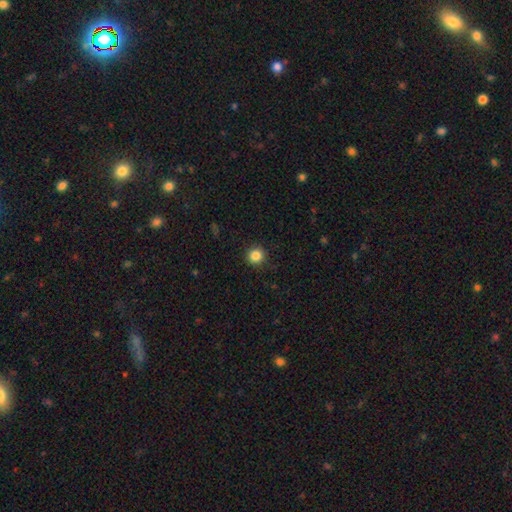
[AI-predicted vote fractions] A smooth galaxy with no disk features (85%) that is round (95%).

Vote fractions:
- Smooth or featured? smooth: 85% / star or artifact: 11% / featured or disk: 4%
- How rounded? round: 95% / in between: 4% / cigar-shaped: 1%
- Merging? none: 92% / minor disturbance: 6% / major disturbance: 2% / merger: 1%